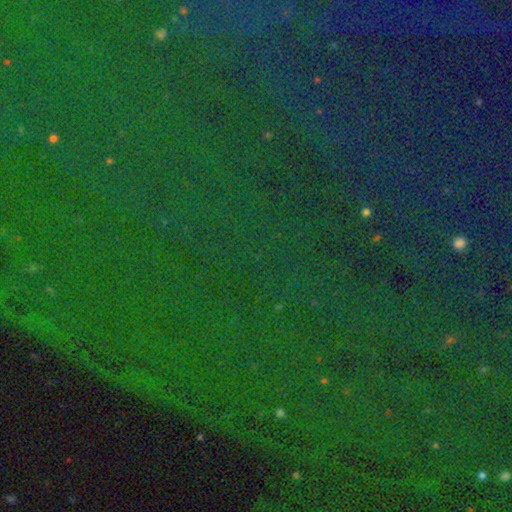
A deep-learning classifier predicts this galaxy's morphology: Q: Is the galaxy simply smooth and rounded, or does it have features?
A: star or artifact — 81%.